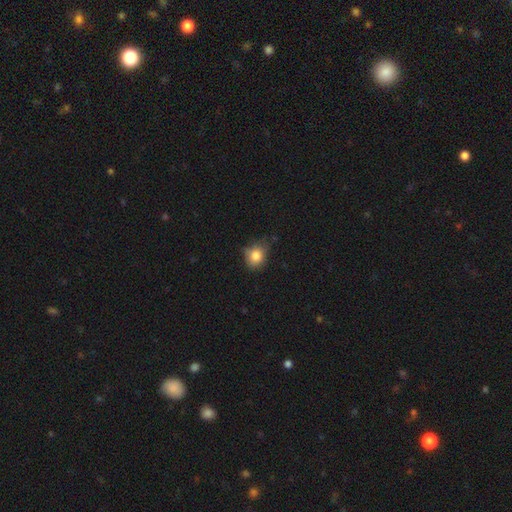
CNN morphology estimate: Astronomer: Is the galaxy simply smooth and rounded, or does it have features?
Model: smooth — 82%.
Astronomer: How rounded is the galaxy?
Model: round — 57% (runner-up: in between, 42%).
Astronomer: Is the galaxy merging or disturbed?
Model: none — 58%.